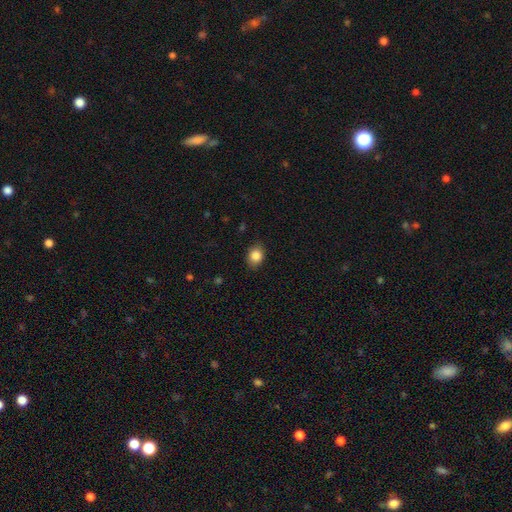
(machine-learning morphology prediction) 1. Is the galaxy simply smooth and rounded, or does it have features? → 85% smooth, 9% star or artifact, 6% featured or disk.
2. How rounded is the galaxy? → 56% in between, 43% round, 1% cigar-shaped.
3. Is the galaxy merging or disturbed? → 85% none, 12% minor disturbance, 3% major disturbance, 1% merger.